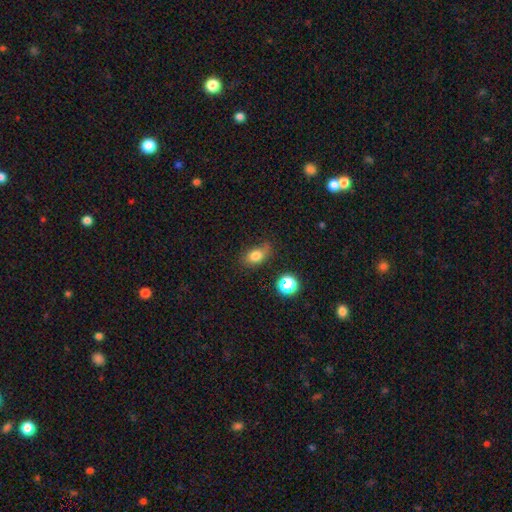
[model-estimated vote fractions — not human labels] This appears to be a smooth galaxy with no disk features (78%) that is in between round and cigar-shaped (79%). Merging: none (60%).